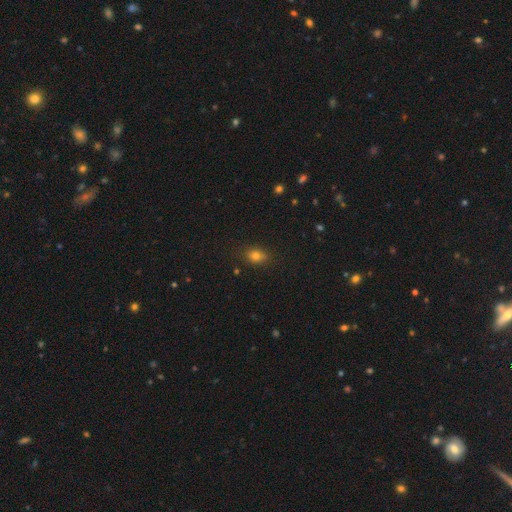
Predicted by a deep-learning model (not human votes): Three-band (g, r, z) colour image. It shows a smooth galaxy with no disk features (77%) that is in between round and cigar-shaped (65%). Merging: none (83%).